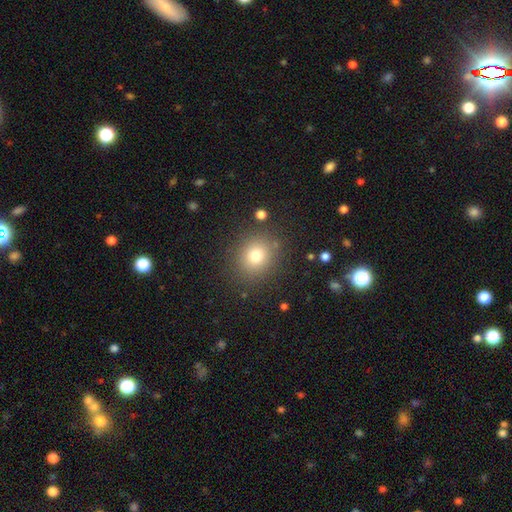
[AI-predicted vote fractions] This is likely a smooth galaxy (76%). How rounded: likely round (78%). Merging: clearly none (84%).